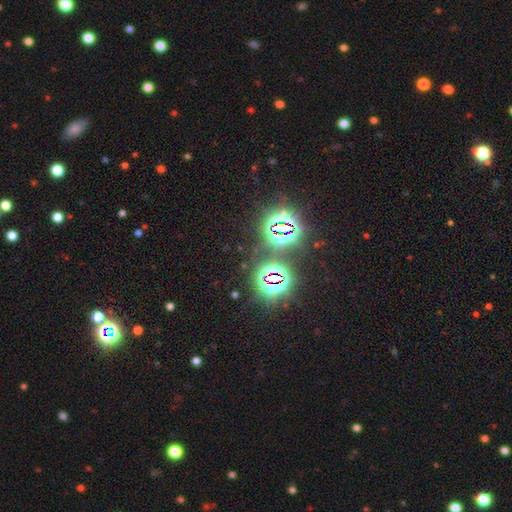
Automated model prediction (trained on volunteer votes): Smooth or featured?
  - star or artifact: 81% *
  - smooth: 12%
  - featured or disk: 7%